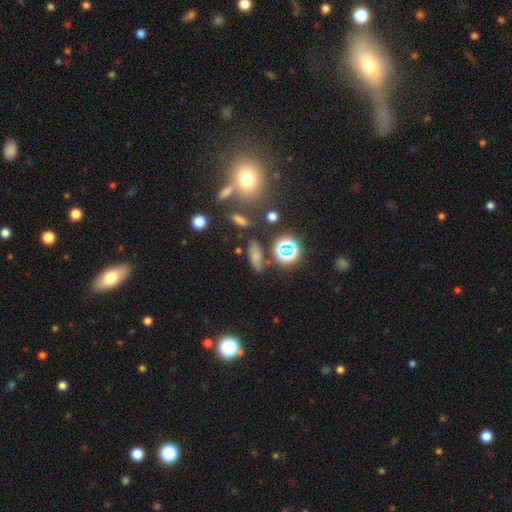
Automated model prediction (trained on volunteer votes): Q: Smooth or featured?
A: smooth (61%); runner-up: star or artifact (24%)
Q: How rounded?
A: in between (61%); runner-up: cigar-shaped (27%)
Q: Merging?
A: none (73%); runner-up: minor disturbance (15%)